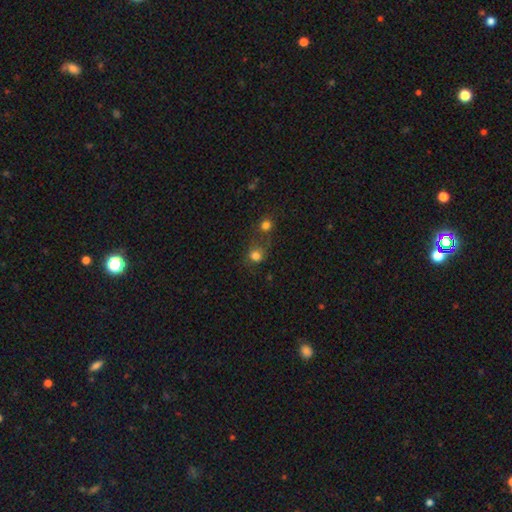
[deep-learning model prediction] Overall: smooth (78%). How rounded: round (84%). Merging: none (50%; merger 29%).